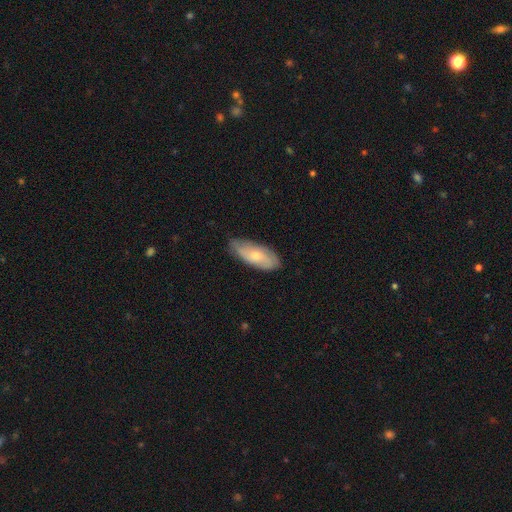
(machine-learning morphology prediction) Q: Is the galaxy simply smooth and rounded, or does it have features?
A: smooth — 57%.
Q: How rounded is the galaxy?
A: in between — 81%.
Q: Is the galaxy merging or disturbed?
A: none — 72%.